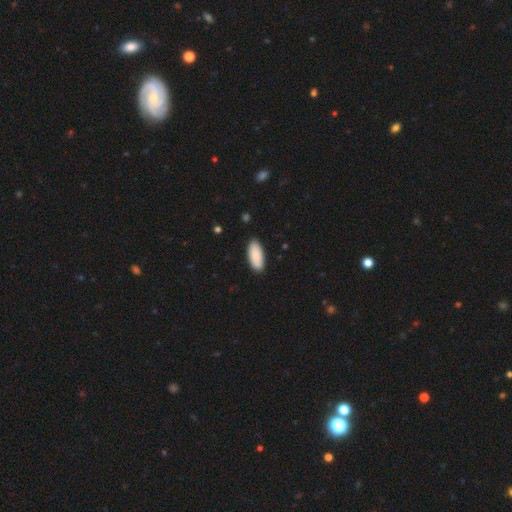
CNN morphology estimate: This appears to be a smooth galaxy with no disk features (89%) that is in between round and cigar-shaped (88%). Merging: none (88%).